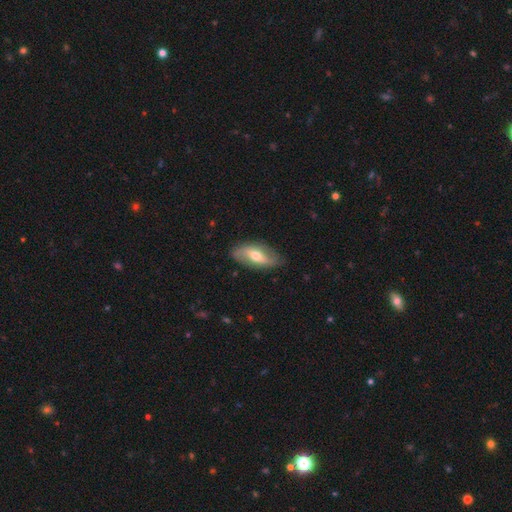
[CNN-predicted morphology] Smooth or featured?
  - featured or disk: 60% *
  - smooth: 34%
  - star or artifact: 6%
Edge-on disk?
  - no: 85% *
  - yes: 15%
Bar?
  - weak: 38% *
  - no: 33%
  - strong: 29%
Spiral arms?
  - yes: 74% *
  - no: 26%
Bulge size?
  - moderate: 67% *
  - small: 25%
  - large: 5%
  - none: 1%
  - dominant: 1%
Merging?
  - none: 82% *
  - minor disturbance: 14%
  - major disturbance: 3%
  - merger: 1%